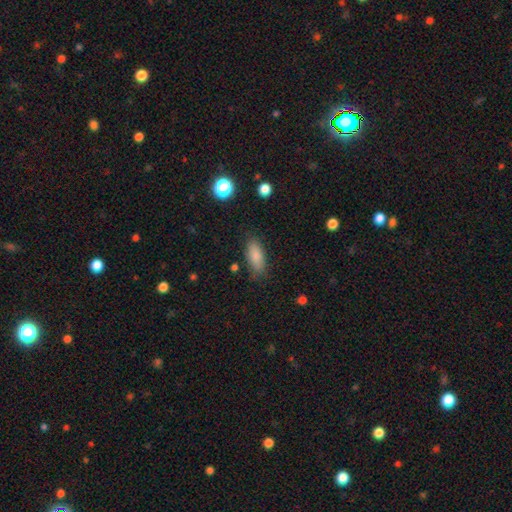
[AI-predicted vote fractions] Smooth or featured?
  - smooth: 84% *
  - star or artifact: 8%
  - featured or disk: 8%
How rounded?
  - in between: 78% *
  - cigar-shaped: 20%
  - round: 3%
Merging?
  - none: 80% *
  - minor disturbance: 14%
  - major disturbance: 4%
  - merger: 2%